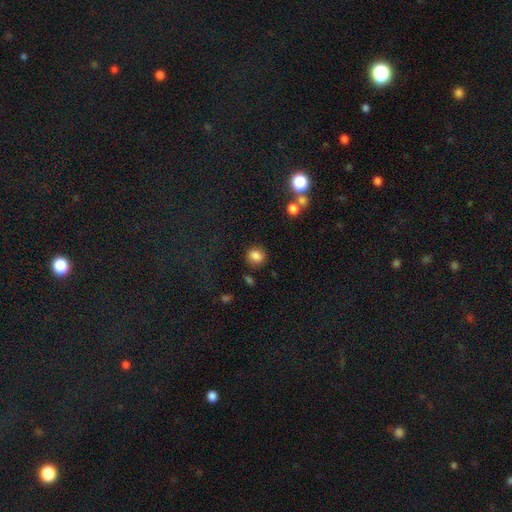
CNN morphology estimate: Smooth or featured? smooth (84%)
How rounded? round (72%)
Merging? none (84%)